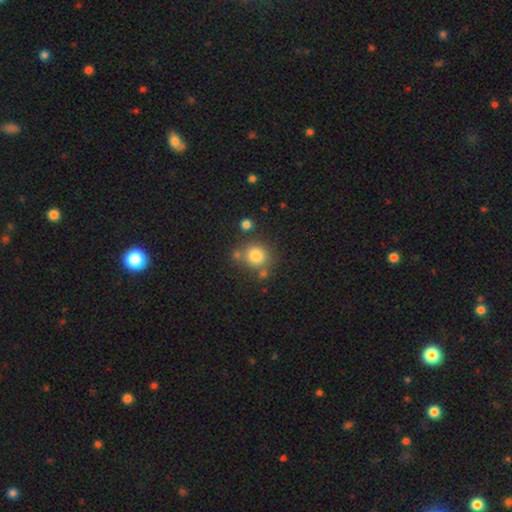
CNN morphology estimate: Overall: smooth (81%). How rounded: round (88%). Merging: none (68%).